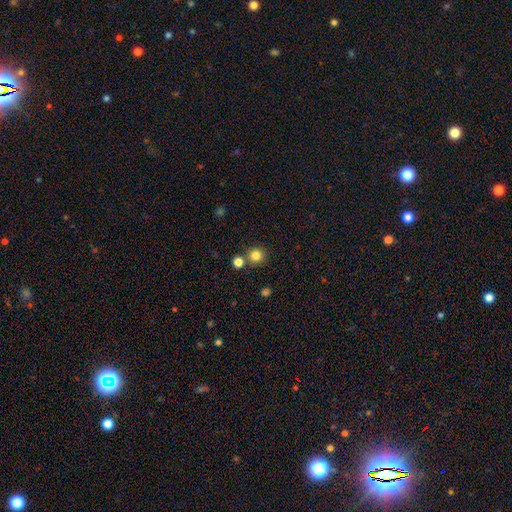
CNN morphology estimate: This appears to be a smooth galaxy with no disk features (82%) that is round (94%). Merging: none (80%).